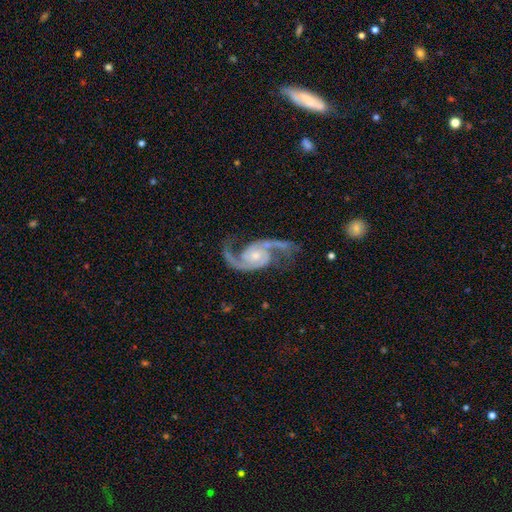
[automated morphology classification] featured or disk 93%, star or artifact 4%, smooth 3%. Down the decision tree: edge-on disk — no (98%); bar — no (63%); spiral arms — yes (98%); spiral arm count — 2 (94%); spiral winding — medium (53%); bulge size — small (51%); merging — none (72%).